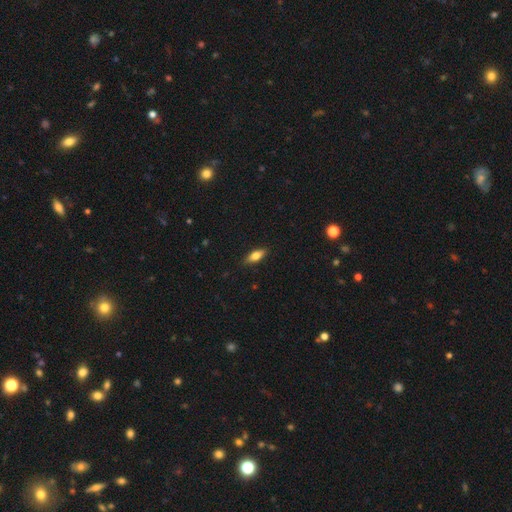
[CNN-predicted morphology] This is likely a smooth galaxy (75%). How rounded: likely in between (72%). Merging: clearly none (87%).